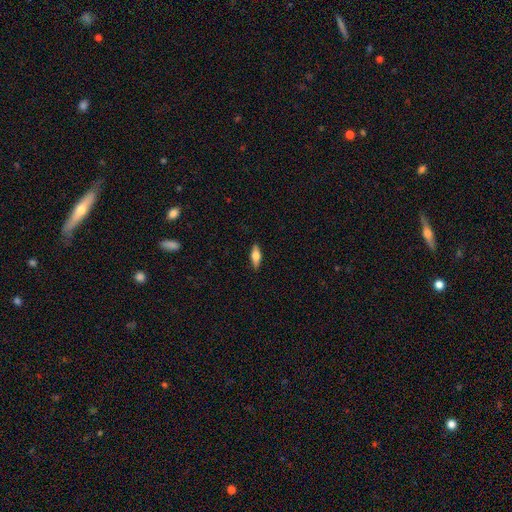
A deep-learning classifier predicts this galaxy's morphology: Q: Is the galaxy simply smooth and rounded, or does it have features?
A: smooth — 66%.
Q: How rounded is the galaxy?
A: in between — 69%.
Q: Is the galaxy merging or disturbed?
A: none — 87%.